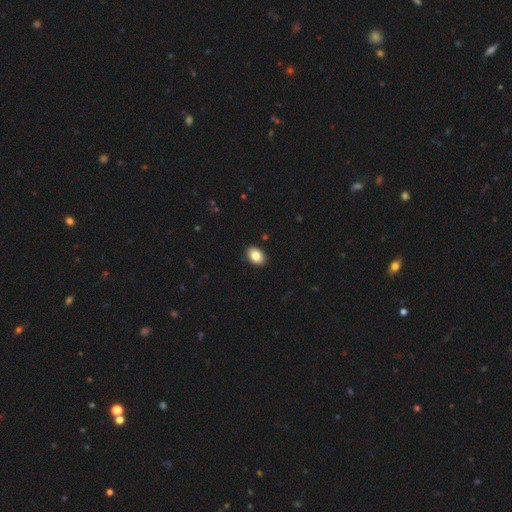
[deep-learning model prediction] This appears to be a smooth galaxy with no disk features (85%) that is in between round and cigar-shaped (83%). Merging: none (90%).